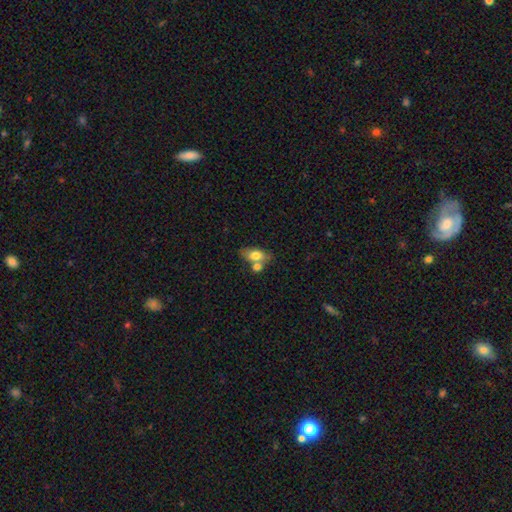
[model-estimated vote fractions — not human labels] A smooth galaxy with no disk features (73%) that is in between round and cigar-shaped (85%). Merging: none (42%).